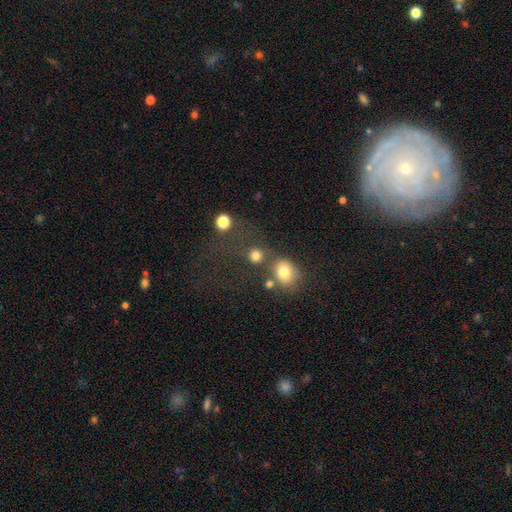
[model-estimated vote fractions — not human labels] This is likely a smooth galaxy (79%). How rounded: clearly round (84%). Merging: possibly none (58%).